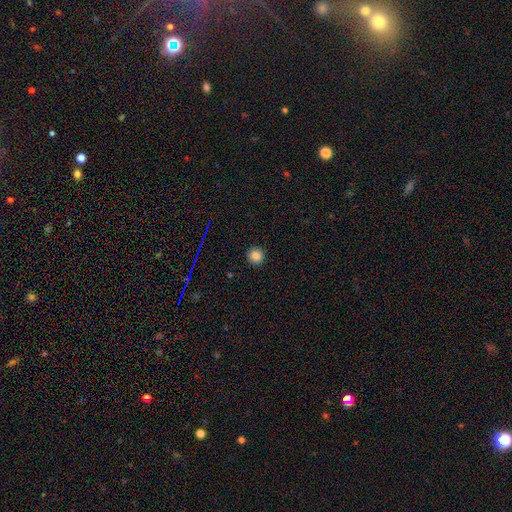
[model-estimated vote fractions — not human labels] smooth-or-featured: smooth: 84% | star or artifact: 12% | featured or disk: 4%
  how-rounded: round: 94% | in between: 5% | cigar-shaped: 1%
  merging: none: 92% | minor disturbance: 5% | major disturbance: 2% | merger: 1%